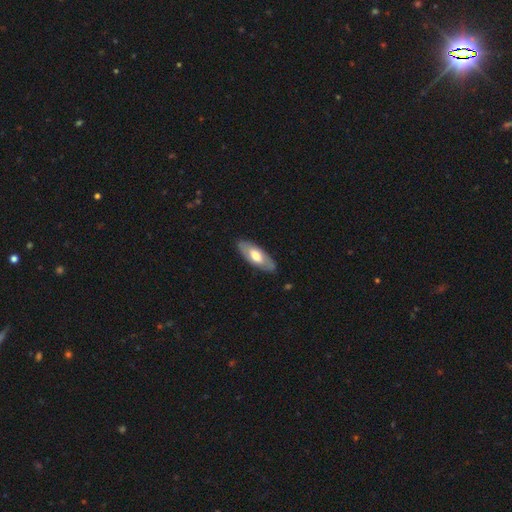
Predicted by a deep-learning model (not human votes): The model was most divided on "smooth or featured": smooth: 52%, featured or disk: 43%, star or artifact: 5%. More confident: merging — none (85%); how rounded — in between (79%).